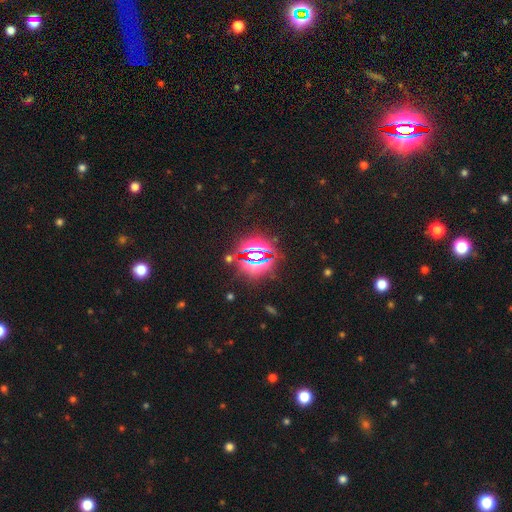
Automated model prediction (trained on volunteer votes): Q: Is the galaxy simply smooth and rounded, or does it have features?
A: star or artifact — 85%.